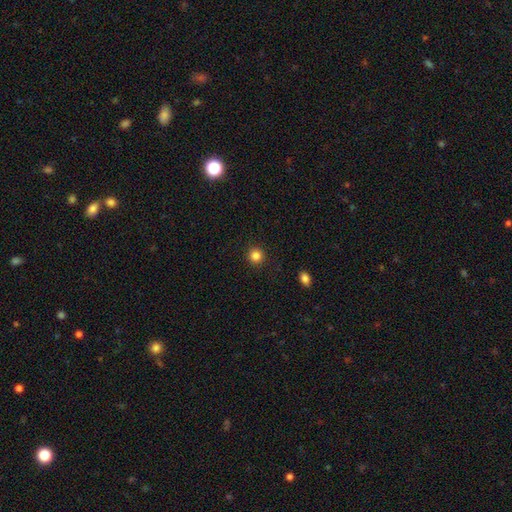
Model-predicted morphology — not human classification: This appears to be a smooth galaxy with no disk features (84%) that is round (94%). Merging: none (92%).